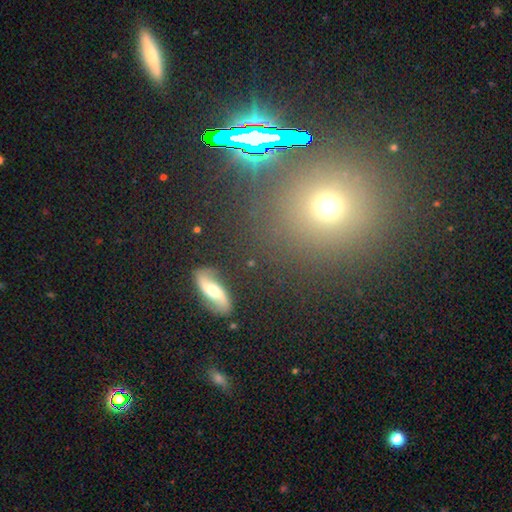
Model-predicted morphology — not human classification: Smooth or featured: star or artifact — 43% (smooth — 38%)